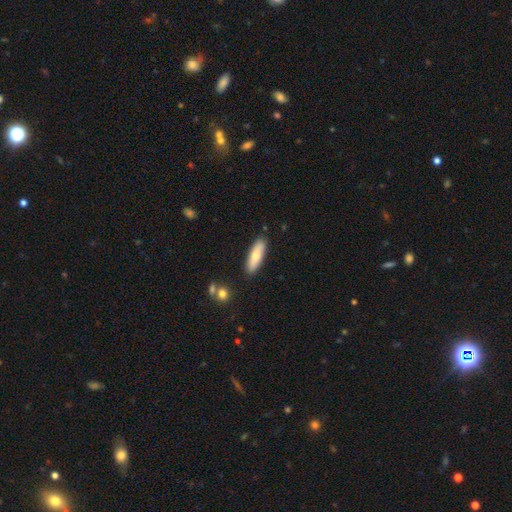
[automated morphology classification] Q: Smooth or featured?
A: smooth (75%); runner-up: featured or disk (19%)
Q: How rounded?
A: cigar-shaped (57%); runner-up: in between (41%)
Q: Merging?
A: none (87%); runner-up: minor disturbance (9%)